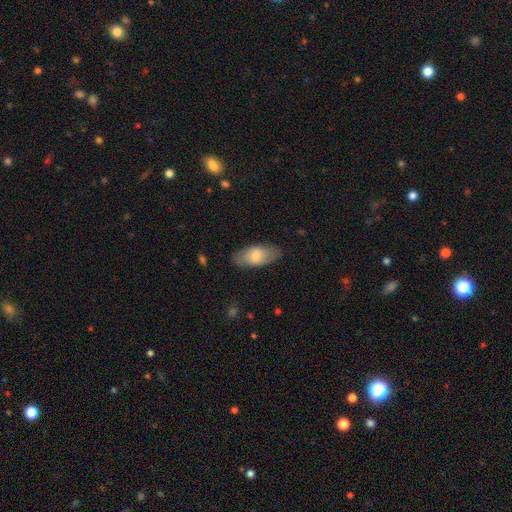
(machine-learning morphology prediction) Smooth or featured? Predicted: smooth (p=0.69). How rounded? Predicted: in between (p=0.90). Merging? Predicted: none (p=0.82).